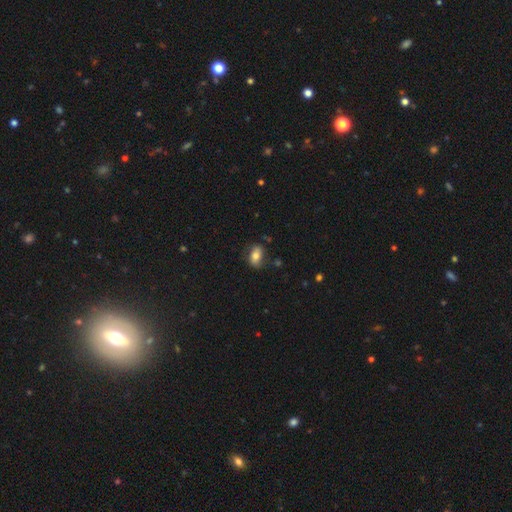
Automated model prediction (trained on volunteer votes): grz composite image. It shows a smooth galaxy with no disk features (73%) that is in between round and cigar-shaped (86%). Merging: none (73%).